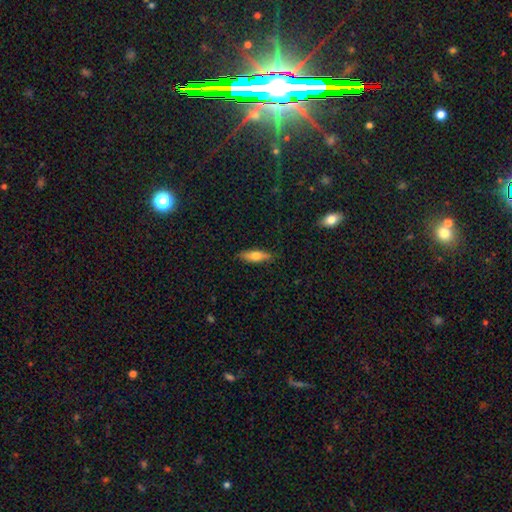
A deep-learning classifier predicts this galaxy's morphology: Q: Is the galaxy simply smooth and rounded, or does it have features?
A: smooth — 63%.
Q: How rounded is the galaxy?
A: cigar-shaped — 55%.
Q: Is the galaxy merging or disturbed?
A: none — 87%.